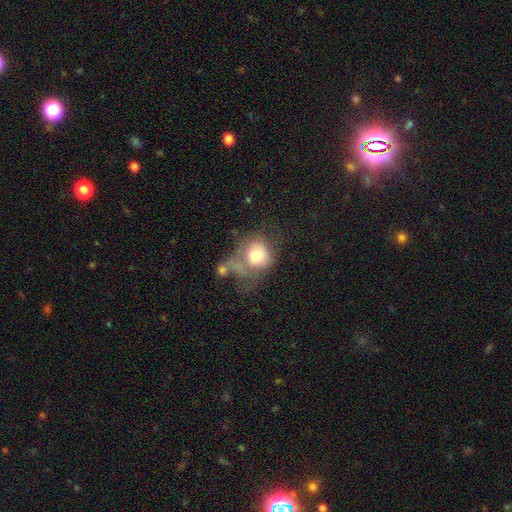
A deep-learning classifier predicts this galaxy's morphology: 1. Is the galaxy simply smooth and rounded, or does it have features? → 71% smooth, 20% featured or disk, 9% star or artifact.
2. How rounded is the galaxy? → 69% round, 30% in between, 1% cigar-shaped.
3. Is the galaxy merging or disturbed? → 37% major disturbance, 23% none, 22% merger, 17% minor disturbance.